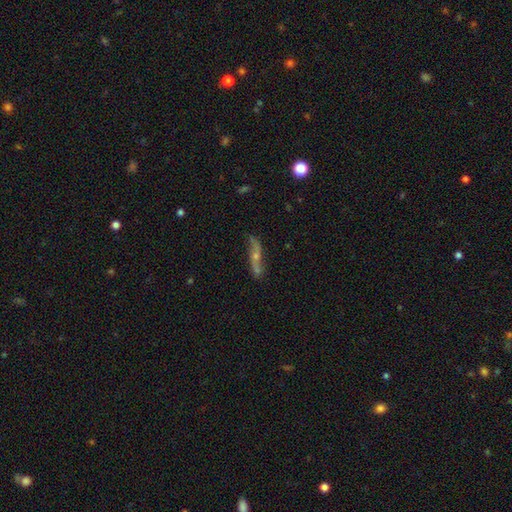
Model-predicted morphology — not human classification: This appears to be a featured or disk galaxy (67%). Merging: none (69%).